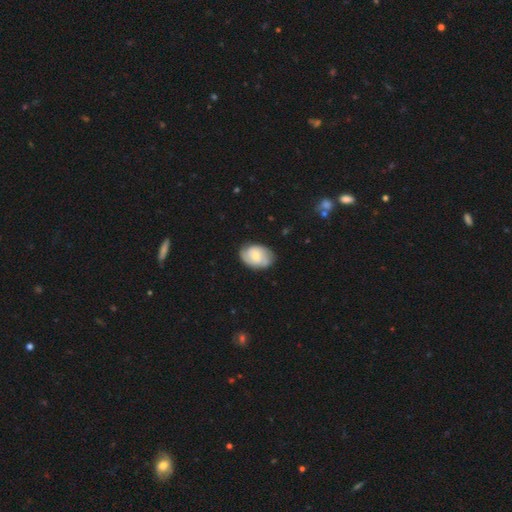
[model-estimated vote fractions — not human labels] This is possibly a smooth galaxy (48%). Merging: likely none (76%).